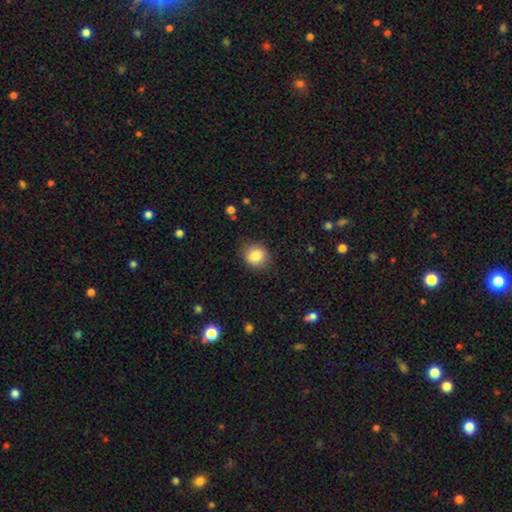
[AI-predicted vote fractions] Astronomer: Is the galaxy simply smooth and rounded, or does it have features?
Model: smooth — 84%.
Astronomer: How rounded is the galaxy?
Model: round — 79%.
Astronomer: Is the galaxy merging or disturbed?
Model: none — 84%.